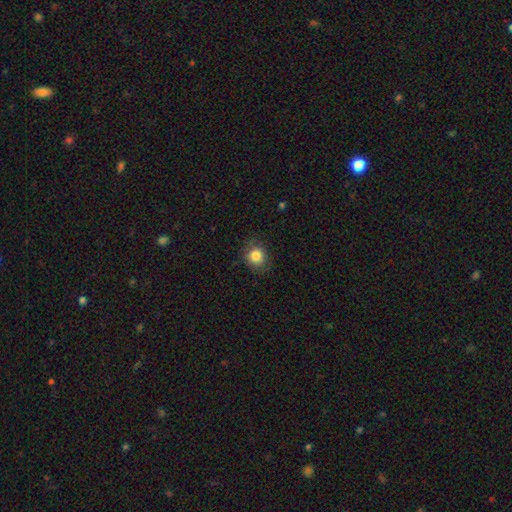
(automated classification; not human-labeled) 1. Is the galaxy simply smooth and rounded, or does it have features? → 84% smooth, 10% star or artifact, 6% featured or disk.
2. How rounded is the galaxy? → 76% round, 23% in between, 1% cigar-shaped.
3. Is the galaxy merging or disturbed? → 81% none, 14% minor disturbance, 4% major disturbance, 1% merger.